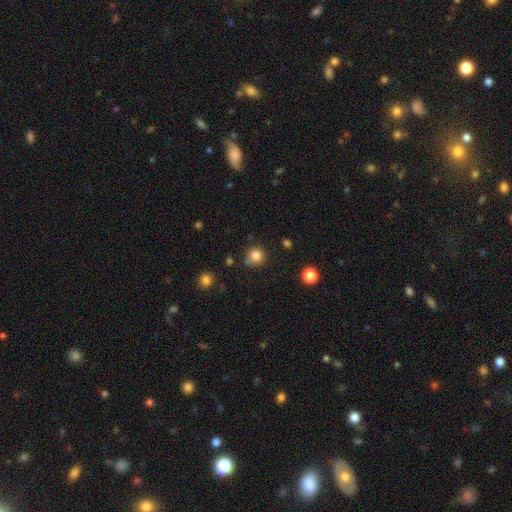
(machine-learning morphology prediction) smooth-or-featured: smooth: 83% | star or artifact: 12% | featured or disk: 5%
  how-rounded: round: 91% | in between: 8% | cigar-shaped: 1%
  merging: none: 77% | minor disturbance: 14% | merger: 5% | major disturbance: 4%